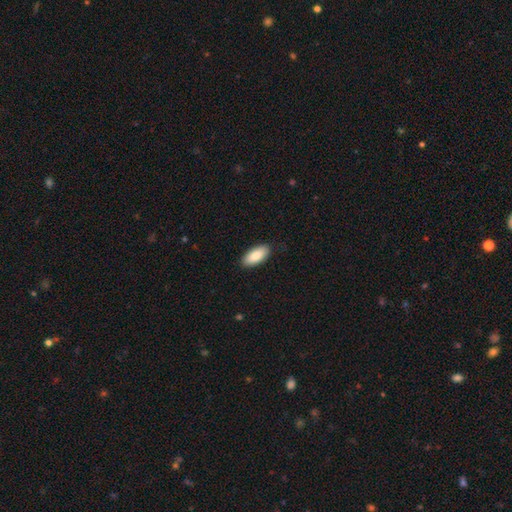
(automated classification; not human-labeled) Smooth or featured? Predicted: smooth (p=0.86). How rounded? Predicted: in between (p=0.90). Merging? Predicted: none (p=0.88).